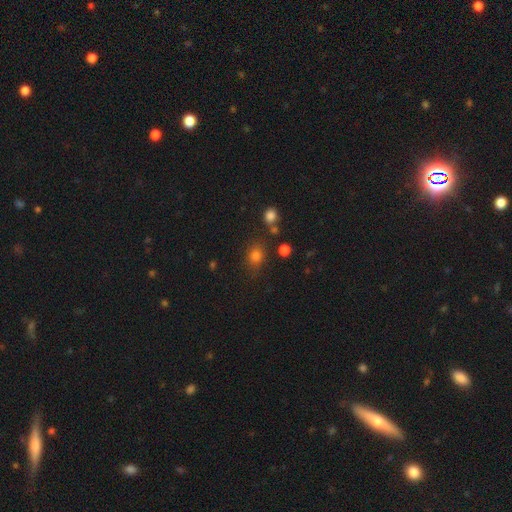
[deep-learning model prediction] This is likely a smooth galaxy (77%). How rounded: possibly round (53%). Merging: likely none (75%).